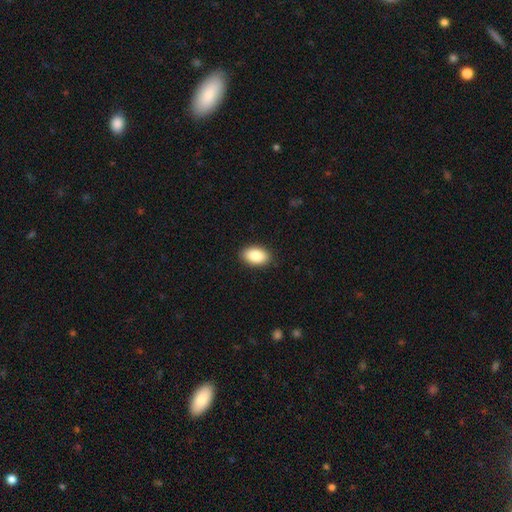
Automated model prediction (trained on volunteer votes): smooth-or-featured: smooth: 89% | star or artifact: 6% | featured or disk: 4%
  how-rounded: in between: 92% | round: 6% | cigar-shaped: 1%
  merging: none: 90% | minor disturbance: 8% | major disturbance: 2% | merger: 1%